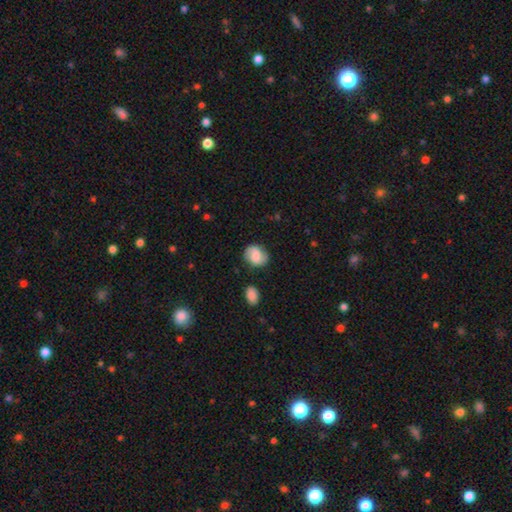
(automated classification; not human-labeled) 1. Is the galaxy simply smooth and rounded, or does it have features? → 53% smooth, 39% featured or disk, 8% star or artifact.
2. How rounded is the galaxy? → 64% round, 35% in between, 1% cigar-shaped.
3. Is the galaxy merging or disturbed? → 75% none, 16% minor disturbance, 5% major disturbance, 4% merger.